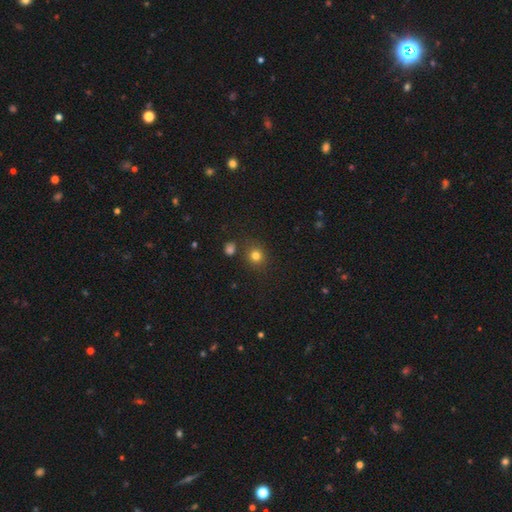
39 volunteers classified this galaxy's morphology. type=smooth (77%); roundness=round (93%); merging=none (89%).